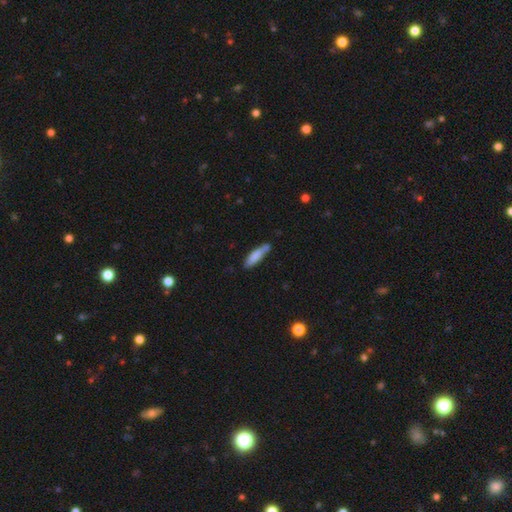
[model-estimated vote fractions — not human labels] This appears to be a smooth galaxy with no disk features (81%) that is cigar-shaped (73%). Merging: none (63%).